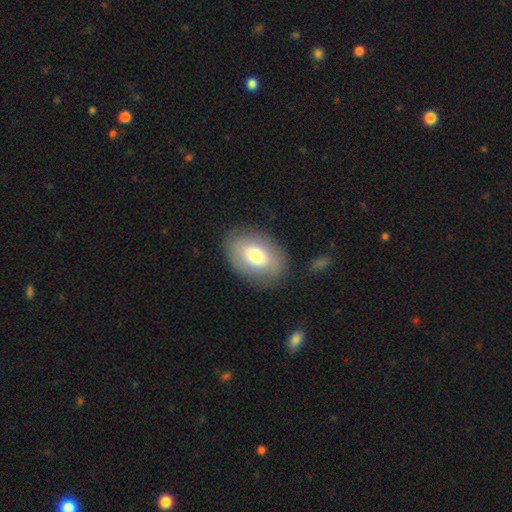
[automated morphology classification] A smooth galaxy with no disk features (74%) that is in between round and cigar-shaped (86%). Merging: none (83%).